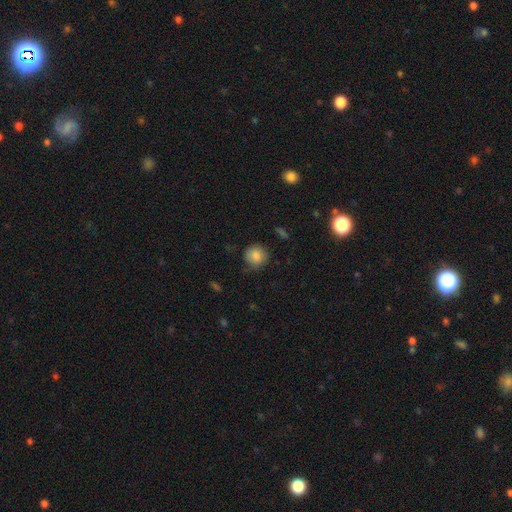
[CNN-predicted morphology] smooth_or_featured: smooth (p=0.84) [alt: star or artifact p=0.09]
how_rounded: round (p=0.89) [alt: in between p=0.10]
merging: none (p=0.76) [alt: minor disturbance p=0.18]